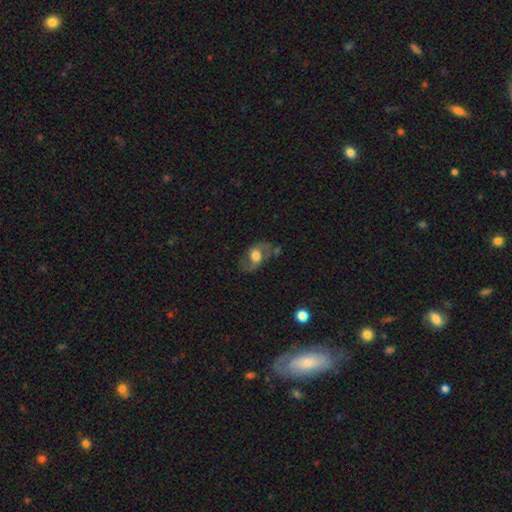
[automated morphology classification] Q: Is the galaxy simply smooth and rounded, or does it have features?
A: featured or disk — 59%.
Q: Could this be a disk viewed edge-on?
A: no — 92%.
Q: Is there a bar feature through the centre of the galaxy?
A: no — 65%.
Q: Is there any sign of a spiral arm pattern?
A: yes — 68%.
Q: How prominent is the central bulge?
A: large — 44%, tied with moderate.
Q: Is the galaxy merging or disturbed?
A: none — 55%.